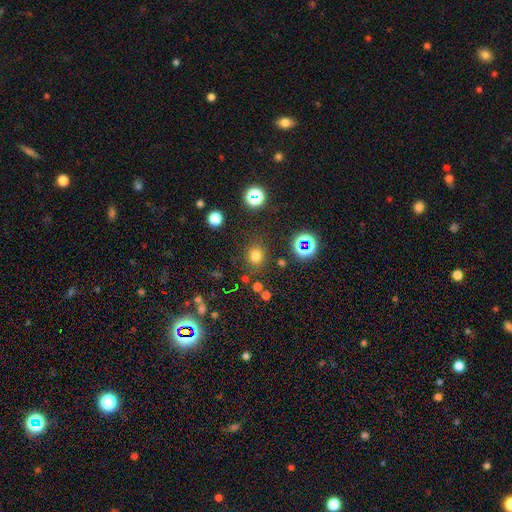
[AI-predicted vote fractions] Smooth or featured: smooth — 72% (star or artifact — 21%)
How rounded: round — 82% (in between — 17%)
Merging: none — 84% (minor disturbance — 9%)